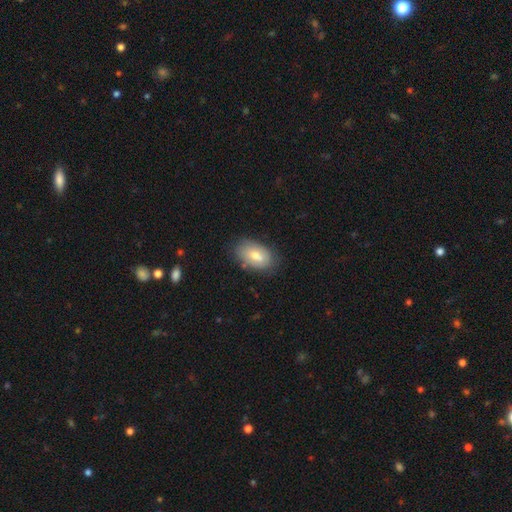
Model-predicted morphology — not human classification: Smooth or featured: smooth — 67% (featured or disk — 26%)
How rounded: in between — 92% (round — 7%)
Merging: none — 77% (minor disturbance — 18%)